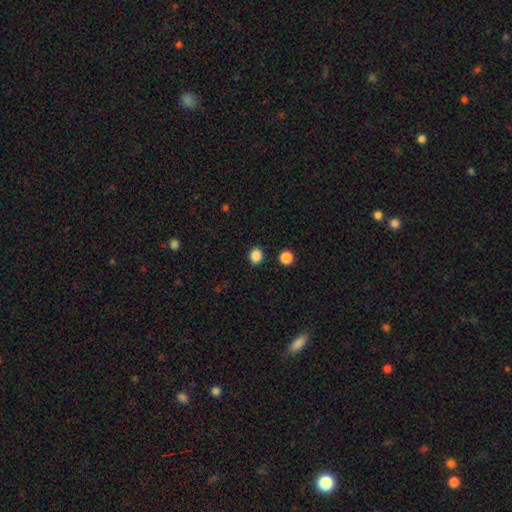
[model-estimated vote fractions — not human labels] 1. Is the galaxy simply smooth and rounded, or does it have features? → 86% smooth, 11% star or artifact, 3% featured or disk.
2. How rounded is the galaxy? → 60% round, 39% in between, 1% cigar-shaped.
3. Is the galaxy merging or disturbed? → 88% none, 7% minor disturbance, 2% merger, 2% major disturbance.